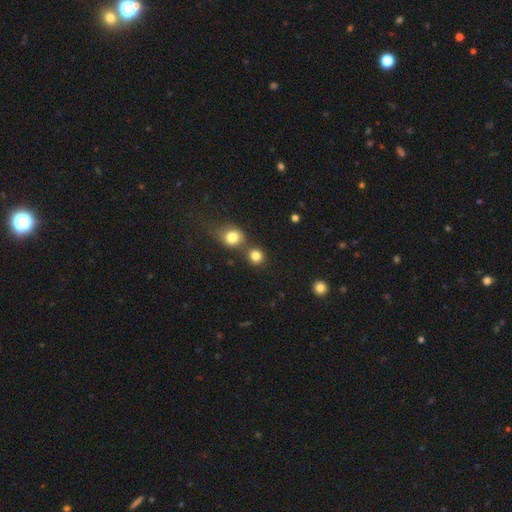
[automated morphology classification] Smooth or featured? Predicted: smooth (p=0.82). How rounded? Predicted: round (p=0.86). Merging? Predicted: none (p=0.62).